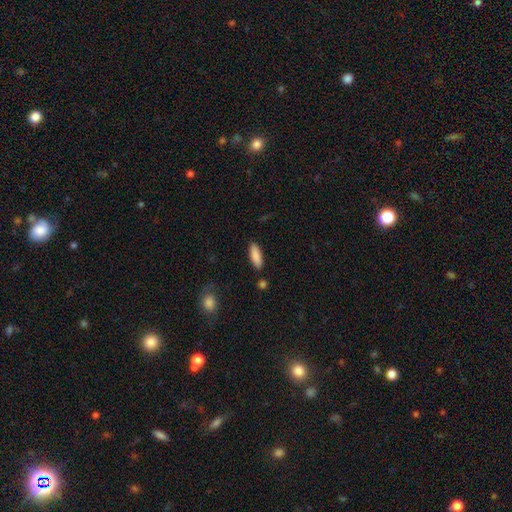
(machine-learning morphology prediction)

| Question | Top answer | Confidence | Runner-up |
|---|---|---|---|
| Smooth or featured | smooth | 87% | featured or disk (6%) |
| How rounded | in between | 63% | cigar-shaped (35%) |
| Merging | none | 85% | minor disturbance (10%) |